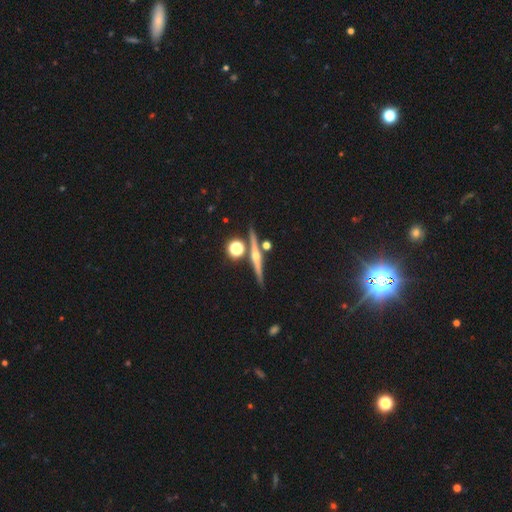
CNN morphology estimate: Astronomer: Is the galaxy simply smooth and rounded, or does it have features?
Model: featured or disk — 76%.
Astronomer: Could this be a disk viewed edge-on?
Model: yes — 97%.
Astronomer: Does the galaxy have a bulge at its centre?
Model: rounded — 90%.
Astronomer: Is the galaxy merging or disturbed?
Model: none — 83%.